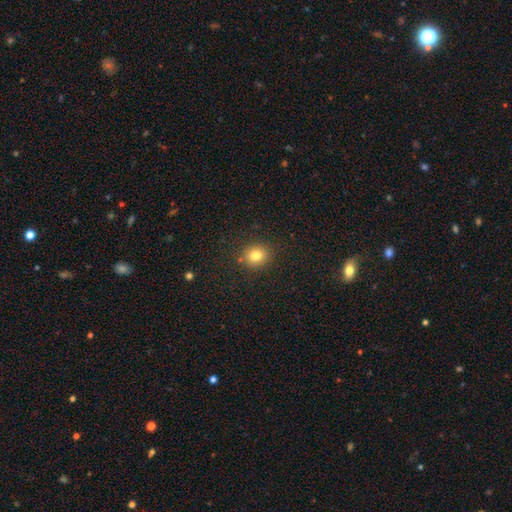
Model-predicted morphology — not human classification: A smooth galaxy with no disk features (80%) that is round (80%).

Vote fractions:
- Smooth or featured? smooth: 80% / star or artifact: 12% / featured or disk: 7%
- How rounded? round: 80% / in between: 19% / cigar-shaped: 1%
- Merging? none: 86% / minor disturbance: 9% / major disturbance: 3% / merger: 2%